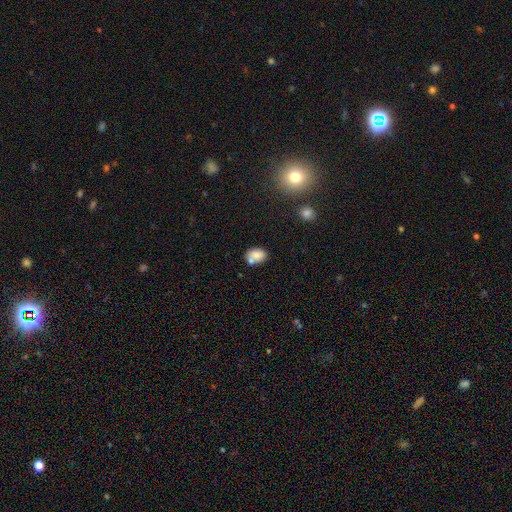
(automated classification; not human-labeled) A smooth galaxy with no disk features (79%) that is in between round and cigar-shaped (79%).

Vote fractions:
- Smooth or featured? smooth: 79% / featured or disk: 12% / star or artifact: 9%
- How rounded? in between: 79% / round: 20% / cigar-shaped: 1%
- Merging? none: 50% / merger: 29% / minor disturbance: 16% / major disturbance: 5%